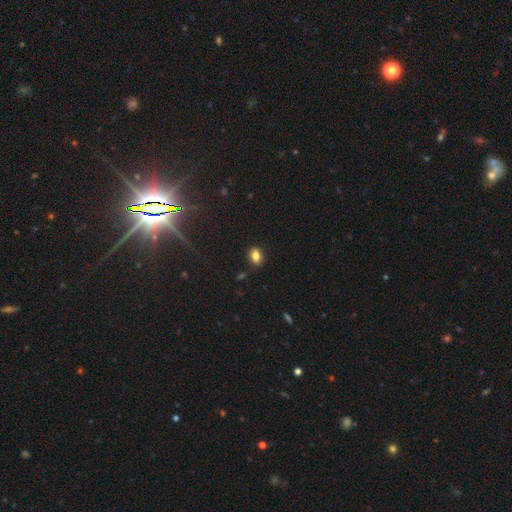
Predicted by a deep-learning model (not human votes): Smooth or featured? Predicted: smooth (p=0.82). How rounded? Predicted: in between (p=0.82). Merging? Predicted: none (p=0.84).